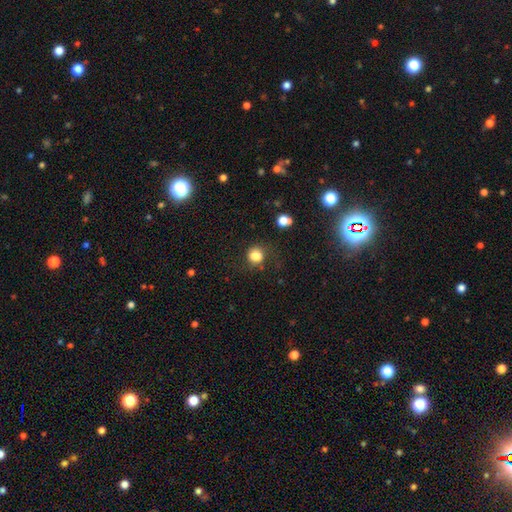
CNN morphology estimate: The model was most divided on "merging": none: 65%, minor disturbance: 20%, major disturbance: 10%, merger: 5%. More confident: smooth or featured — smooth (81%); how rounded — round (72%).